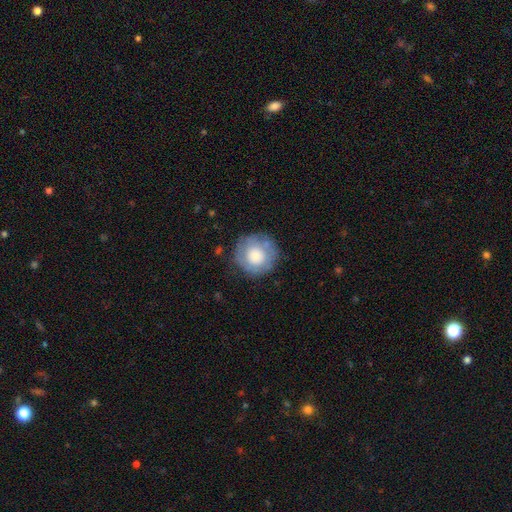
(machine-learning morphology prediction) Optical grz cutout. It shows a smooth galaxy with no disk features (64%) that is round (94%). Merging: none (77%).